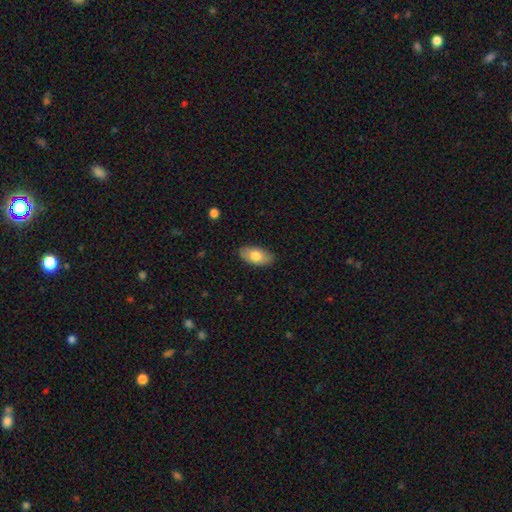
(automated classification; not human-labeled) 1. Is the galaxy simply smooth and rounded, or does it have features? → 75% smooth, 19% featured or disk, 6% star or artifact.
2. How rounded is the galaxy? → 94% in between, 3% round, 3% cigar-shaped.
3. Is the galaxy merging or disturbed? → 85% none, 11% minor disturbance, 2% major disturbance, 1% merger.